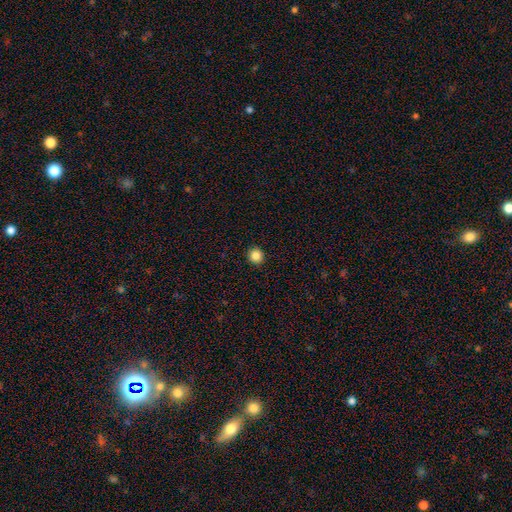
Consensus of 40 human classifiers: smooth_or_featured: smooth (p=0.88) [alt: star or artifact p=0.10]
how_rounded: round (p=0.97) [alt: in between p=0.03]
merging: none (p=0.97) [alt: minor disturbance p=0.03]